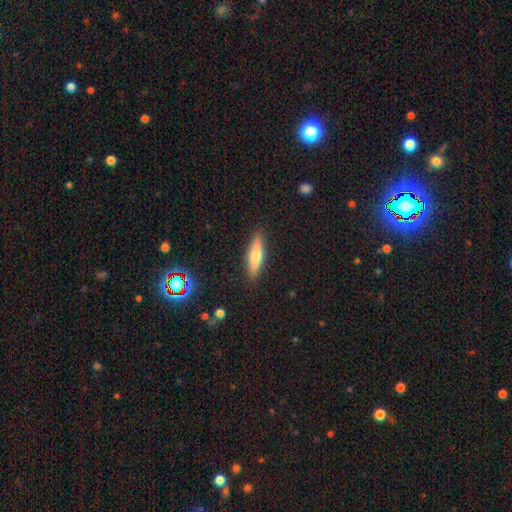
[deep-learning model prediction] Smooth or featured: smooth — 57% (featured or disk — 36%)
How rounded: cigar-shaped — 71% (in between — 27%)
Merging: none — 89% (minor disturbance — 8%)